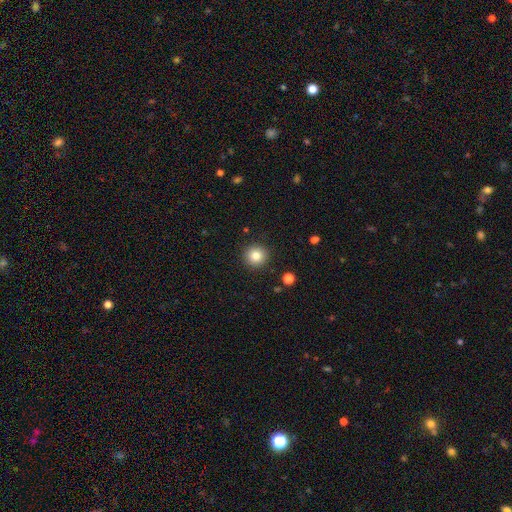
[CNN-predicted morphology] This is clearly a smooth galaxy (82%). How rounded: clearly round (95%). Merging: clearly none (92%).